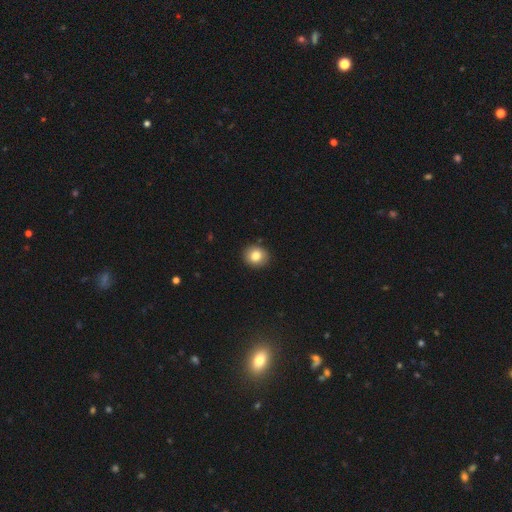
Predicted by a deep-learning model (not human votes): This is clearly a smooth galaxy (83%). How rounded: clearly round (82%). Merging: clearly none (91%).